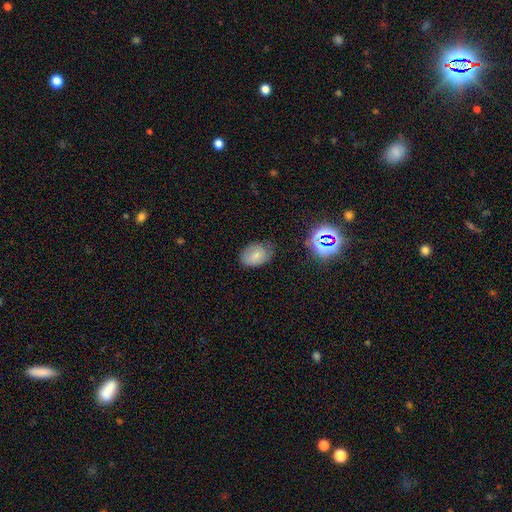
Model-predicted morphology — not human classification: A smooth galaxy with no disk features (72%) that is in between round and cigar-shaped (83%). Merging: none (62%).